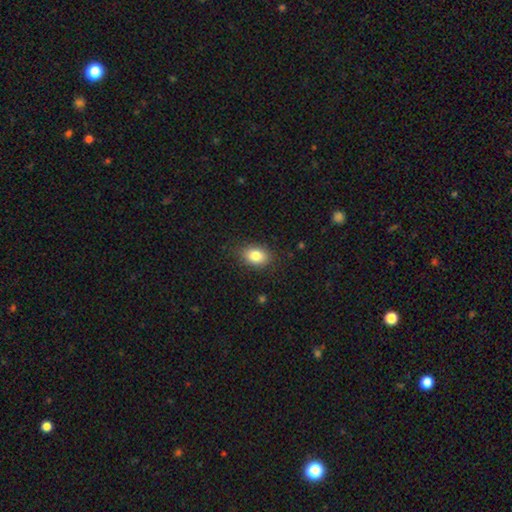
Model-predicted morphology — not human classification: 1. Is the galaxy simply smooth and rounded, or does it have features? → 83% smooth, 9% star or artifact, 8% featured or disk.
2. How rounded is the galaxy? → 76% in between, 22% round, 1% cigar-shaped.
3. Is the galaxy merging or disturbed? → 84% none, 12% minor disturbance, 3% major disturbance, 1% merger.